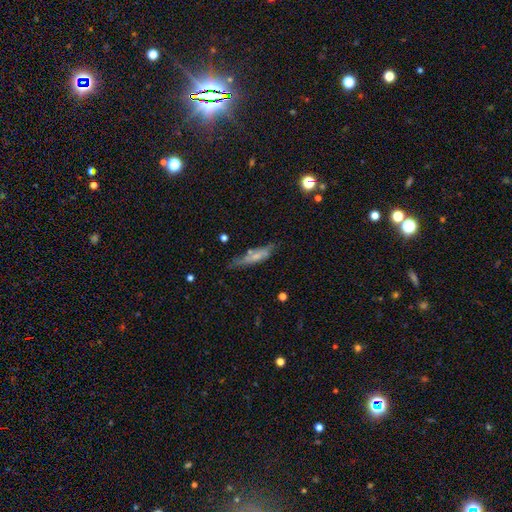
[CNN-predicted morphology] Smooth or featured? smooth (52%)
How rounded? cigar-shaped (76%)
Merging? none (56%)